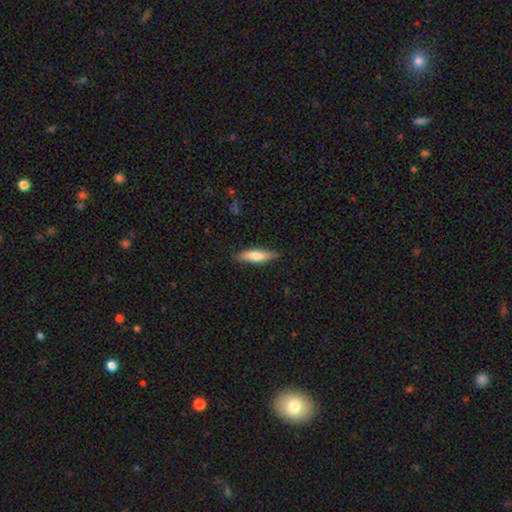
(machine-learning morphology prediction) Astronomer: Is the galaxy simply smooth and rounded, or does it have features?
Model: smooth — 71%.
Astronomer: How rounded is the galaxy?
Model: cigar-shaped — 69%.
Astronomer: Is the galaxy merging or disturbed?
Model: none — 85%.